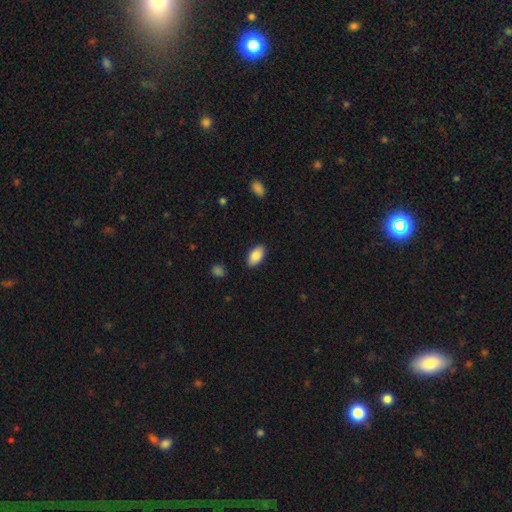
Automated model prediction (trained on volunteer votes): Smooth or featured? smooth (87%)
How rounded? in between (94%)
Merging? none (87%)